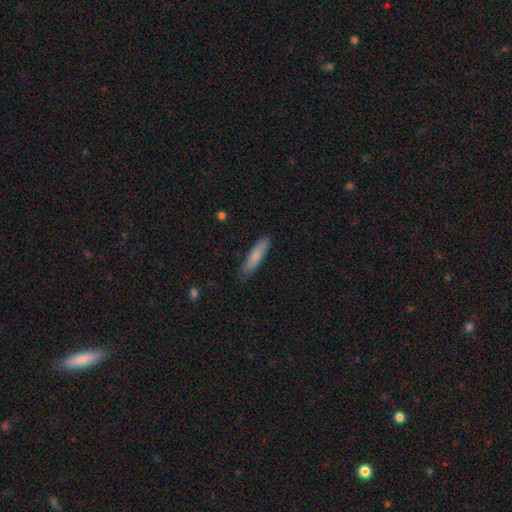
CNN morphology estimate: Smooth or featured? smooth (78%)
How rounded? cigar-shaped (78%)
Merging? none (83%)